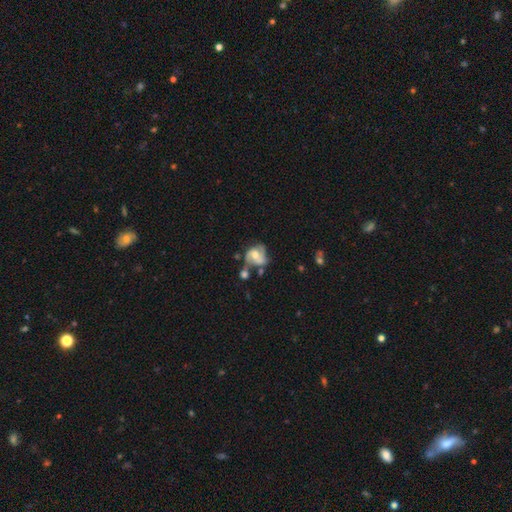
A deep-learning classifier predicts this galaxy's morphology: Overall: featured or disk (68%). Edge-on disk: no (97%). Bar: no (59%; weak 33%). Spiral arms: yes (84%). Spiral arm count: 2 (60%). Spiral winding: medium (47%; tight 27%). Bulge size: moderate (66%). Merging: none (38%; merger 23%).